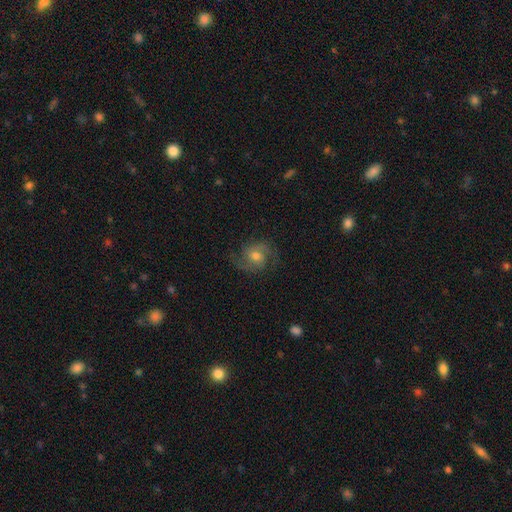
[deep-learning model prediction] A featured or disk galaxy (79%) with no bar (58%), 2 (90%) medium (55%) spiral arms (96%) and a moderate central bulge (65%). Merging: none (77%).